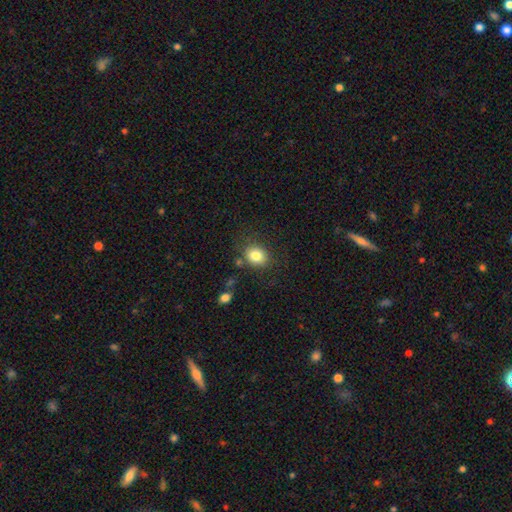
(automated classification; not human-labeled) This appears to be a smooth galaxy with no disk features (82%) that is round (56%). Merging: none (79%).